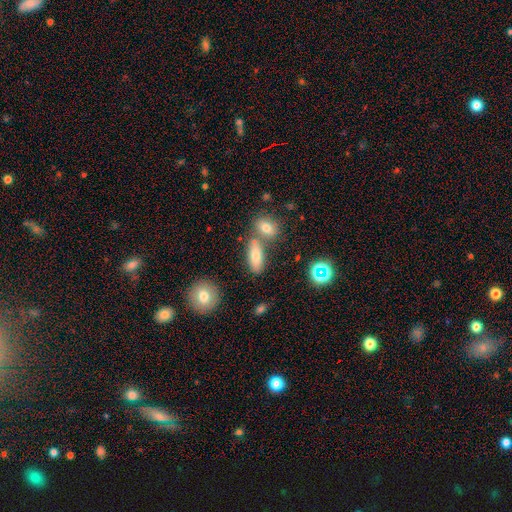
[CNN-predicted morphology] Smooth or featured? Predicted: smooth (p=0.73). How rounded? Predicted: in between (p=0.72). Merging? Predicted: none (p=0.60).